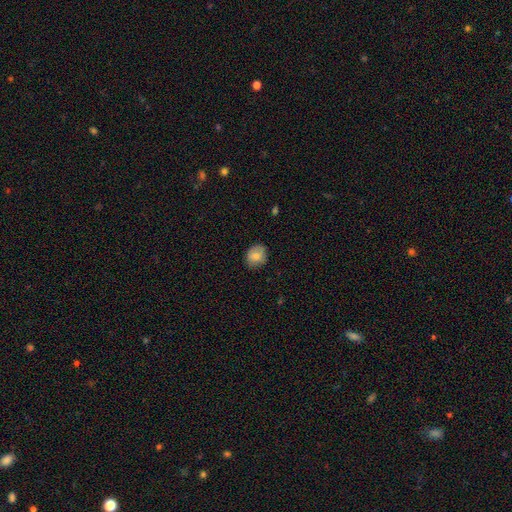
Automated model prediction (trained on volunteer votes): A smooth galaxy with no disk features (80%) that is round (66%). Merging: none (80%).